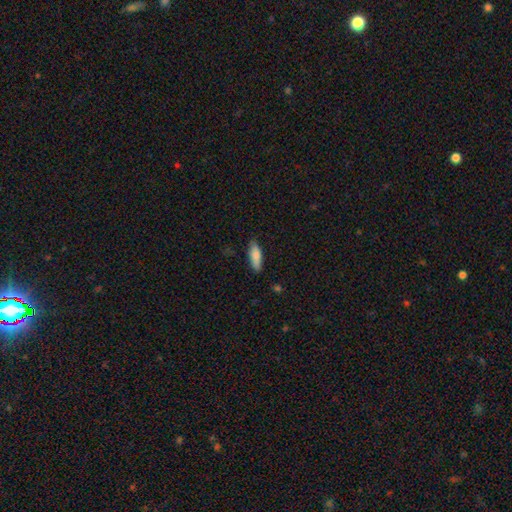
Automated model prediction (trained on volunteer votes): The model was most divided on "how rounded": in between: 50%, cigar-shaped: 48%, round: 2%. More confident: merging — none (85%); smooth or featured — smooth (81%).